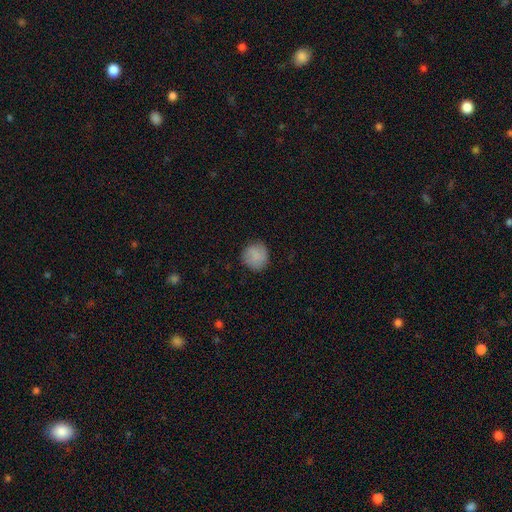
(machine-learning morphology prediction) Smooth or featured: smooth — 83% (featured or disk — 9%)
How rounded: round — 90% (in between — 9%)
Merging: none — 82% (minor disturbance — 13%)